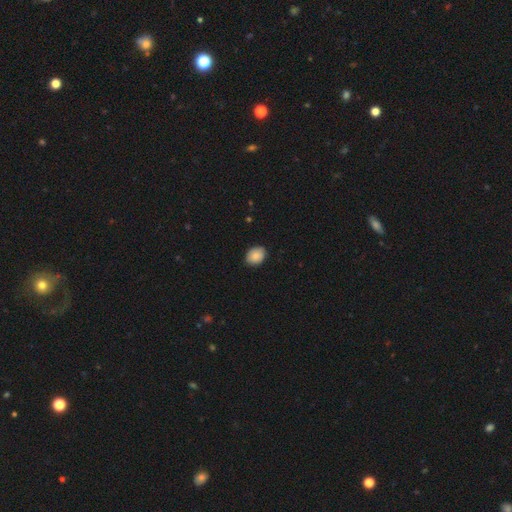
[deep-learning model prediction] smooth 87%, star or artifact 7%, featured or disk 6%. Down the decision tree: how rounded — in between (61%); merging — none (86%).